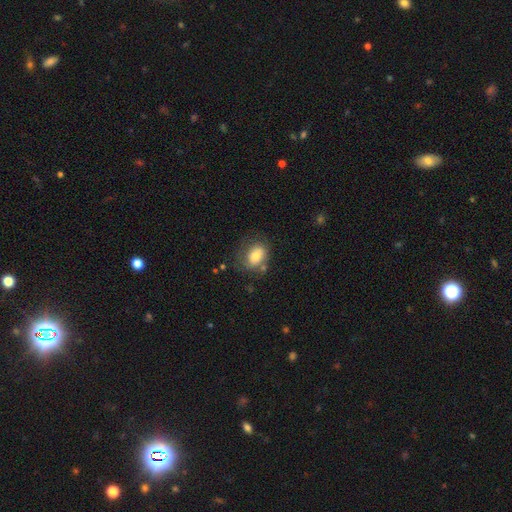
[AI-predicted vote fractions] Morphology: type=smooth (73%); roundness=in between (69%); merging=none (61%).